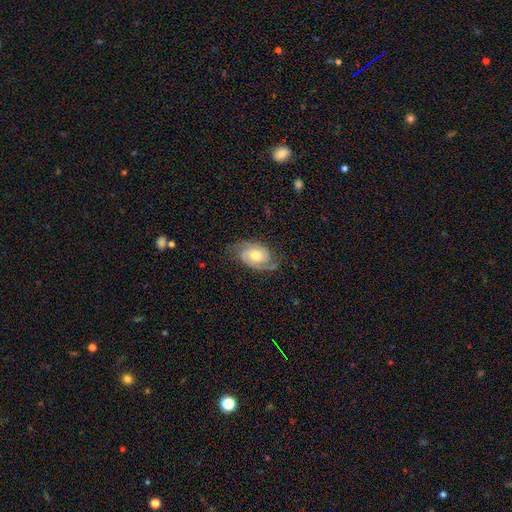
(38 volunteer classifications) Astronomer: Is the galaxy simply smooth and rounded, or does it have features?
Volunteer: featured or disk — 87%.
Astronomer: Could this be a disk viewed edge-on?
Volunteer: no — 97%.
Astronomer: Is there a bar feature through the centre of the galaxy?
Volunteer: no — 75%.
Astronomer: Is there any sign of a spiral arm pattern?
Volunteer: yes — 100%.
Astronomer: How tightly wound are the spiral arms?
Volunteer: tight — 44%, tied with medium at 44%.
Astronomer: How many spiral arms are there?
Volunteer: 2 — 100%.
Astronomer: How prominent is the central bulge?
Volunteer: moderate — 78%.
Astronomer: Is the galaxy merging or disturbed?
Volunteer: none — 80%.